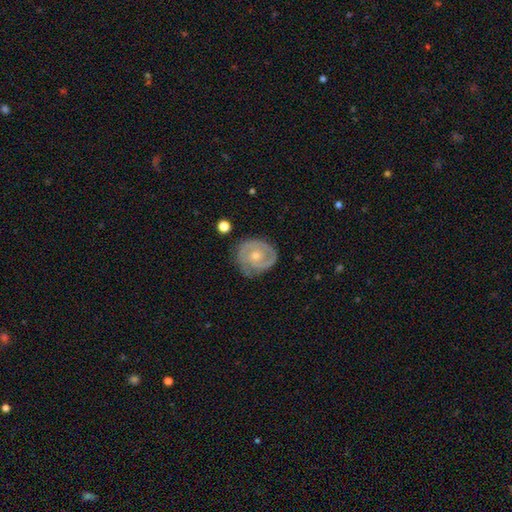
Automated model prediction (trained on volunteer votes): A featured or disk galaxy (77%) with no bar (74%), 2 (56%) tight (62%) spiral arms (88%) and a small central bulge (54%). Merging: none (73%).